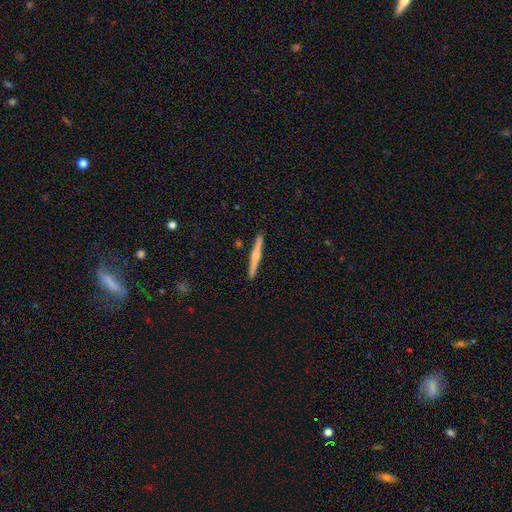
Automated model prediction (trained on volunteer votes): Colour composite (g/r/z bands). It shows a featured or disk galaxy (59%) viewed edge-on (98%) with a rounded central bulge (78%). Merging: none (91%).